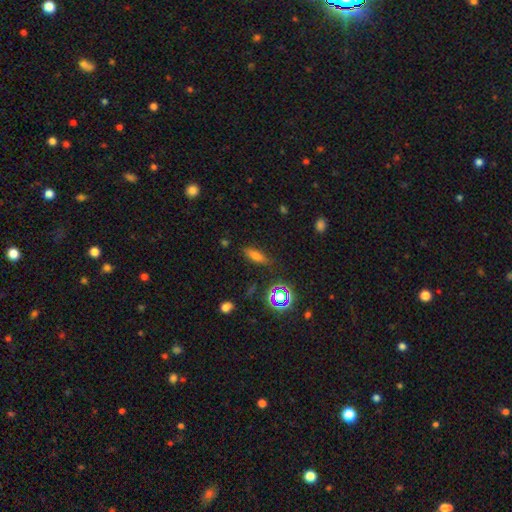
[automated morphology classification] This is likely a smooth galaxy (64%). How rounded: possibly cigar-shaped (48%). Merging: clearly none (81%).